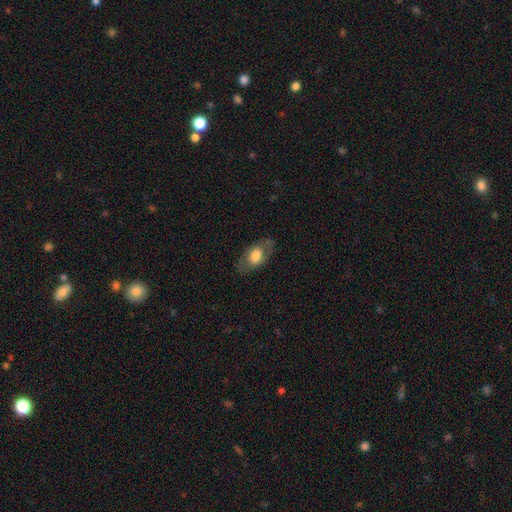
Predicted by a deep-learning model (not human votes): Smooth or featured? Predicted: smooth (p=0.60). How rounded? Predicted: in between (p=0.88). Merging? Predicted: none (p=0.76).